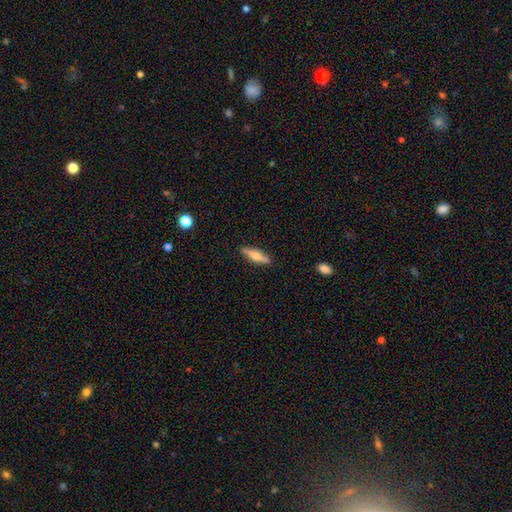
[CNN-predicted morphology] A smooth galaxy with no disk features (51%) that is cigar-shaped (69%).

Vote fractions:
- Smooth or featured? smooth: 51% / featured or disk: 43% / star or artifact: 6%
- How rounded? cigar-shaped: 69% / in between: 28% / round: 2%
- Merging? none: 88% / minor disturbance: 9% / major disturbance: 2% / merger: 1%